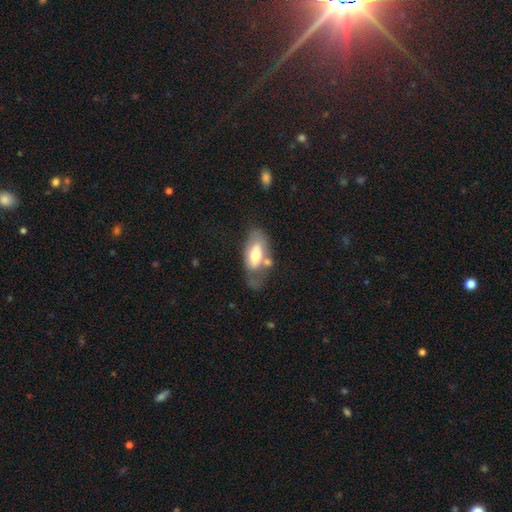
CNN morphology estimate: smooth_or_featured: smooth (p=0.56) [alt: featured or disk p=0.38]
how_rounded: in between (p=0.88) [alt: cigar-shaped p=0.08]
merging: none (p=0.44) [alt: minor disturbance p=0.24]